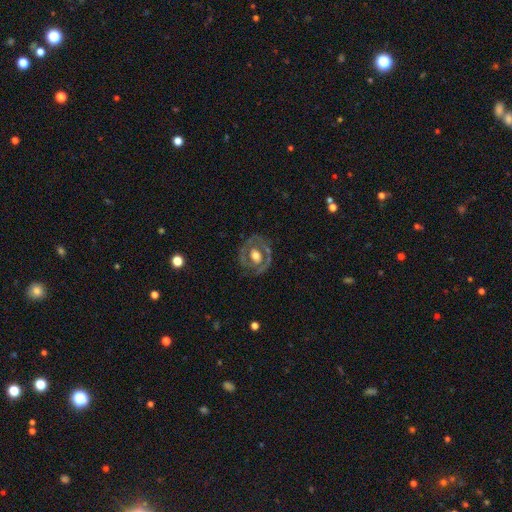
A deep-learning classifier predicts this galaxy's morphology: A featured or disk galaxy (68%) with no bar (70%), no spiral arms (65%) and a moderate central bulge (56%).

Vote fractions:
- Smooth or featured? featured or disk: 68% / smooth: 27% / star or artifact: 6%
- Edge-on disk? no: 95% / yes: 5%
- Bar? no: 70% / weak: 22% / strong: 8%
- Spiral arms? no: 65% / yes: 35%
- Bulge size? moderate: 56% / large: 34% / small: 7% / dominant: 2% / none: 2%
- Merging? none: 72% / minor disturbance: 17% / major disturbance: 9% / merger: 2%